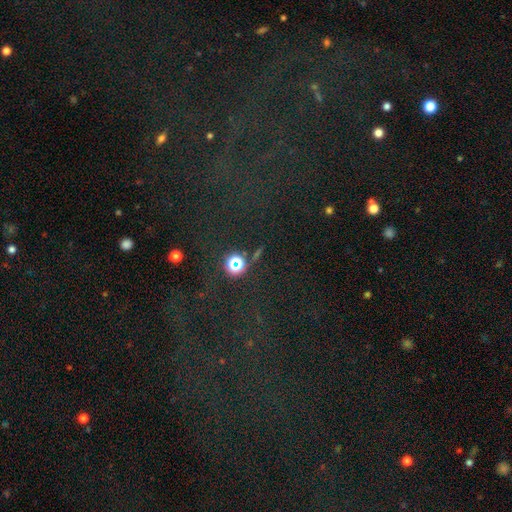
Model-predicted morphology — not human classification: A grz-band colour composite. It shows a star or artifact, not a galaxy (71%).